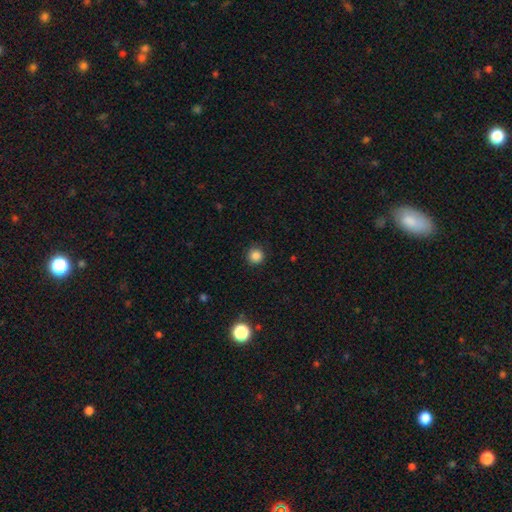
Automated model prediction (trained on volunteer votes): smooth-or-featured: smooth: 85% | star or artifact: 12% | featured or disk: 3%
  how-rounded: round: 95% | in between: 4% | cigar-shaped: 1%
  merging: none: 91% | minor disturbance: 6% | major disturbance: 2% | merger: 1%